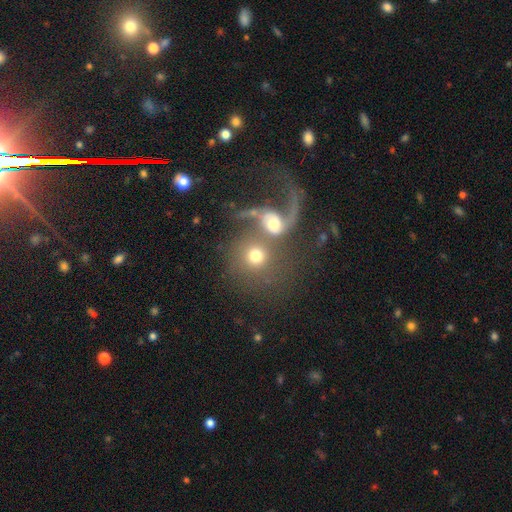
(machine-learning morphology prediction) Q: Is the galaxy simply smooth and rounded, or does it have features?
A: smooth — 56%.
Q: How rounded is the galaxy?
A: round — 82%.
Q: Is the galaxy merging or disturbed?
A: merger — 53%.